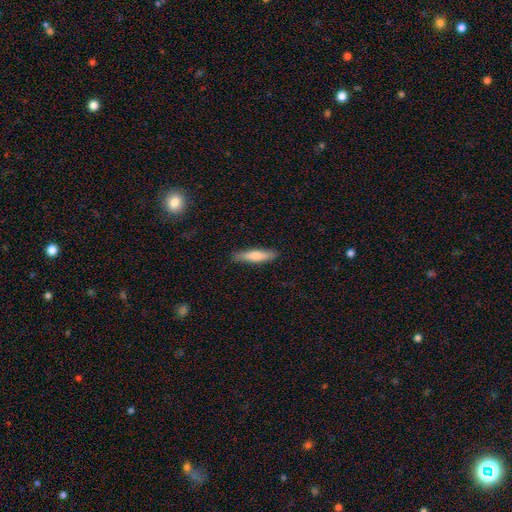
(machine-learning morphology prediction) smooth 71%, featured or disk 23%, star or artifact 5%. Down the decision tree: how rounded — cigar-shaped (82%); merging — none (87%).